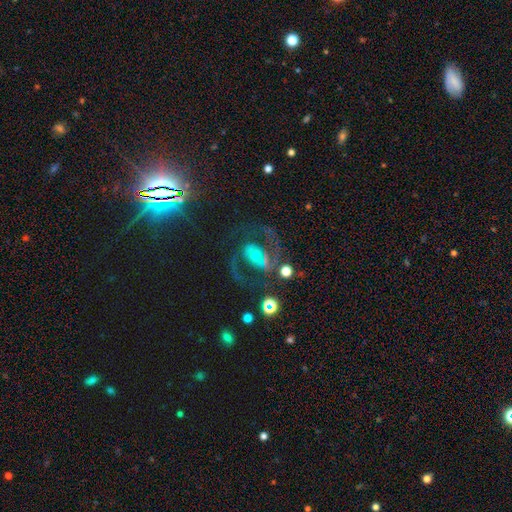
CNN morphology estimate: This appears to be a featured or disk galaxy (84%) with no bar (39%, tied with weak), 2 (91%) medium (61%) spiral arms (93%) and a moderate central bulge (55%). Merging: none (65%).